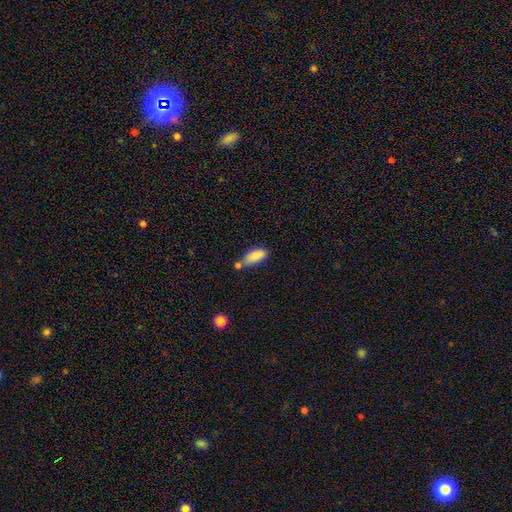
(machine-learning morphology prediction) This is clearly a smooth galaxy (85%). How rounded: likely in between (80%). Merging: possibly none (51%).